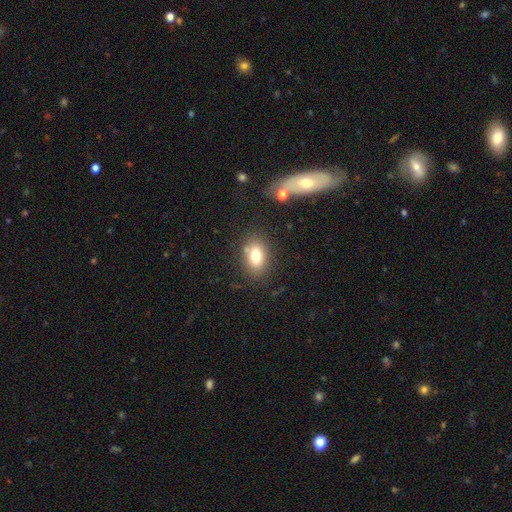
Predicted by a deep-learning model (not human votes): The model was most divided on "merging": none: 76%, minor disturbance: 13%, merger: 6%, major disturbance: 4%. More confident: how rounded — in between (81%); smooth or featured — smooth (76%).